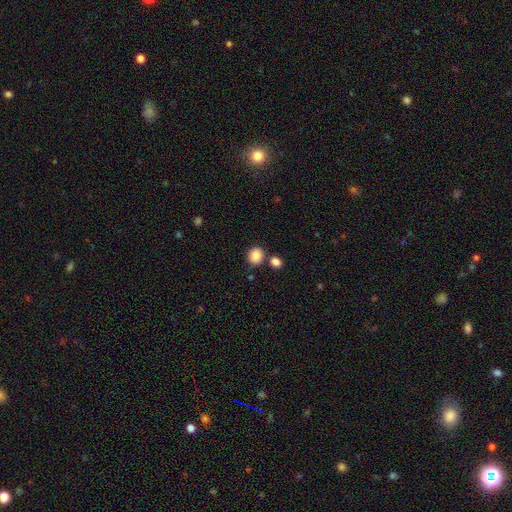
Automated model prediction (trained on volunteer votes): Smooth or featured: smooth — 86% (star or artifact — 9%)
How rounded: round — 81% (in between — 18%)
Merging: none — 78% (merger — 12%)